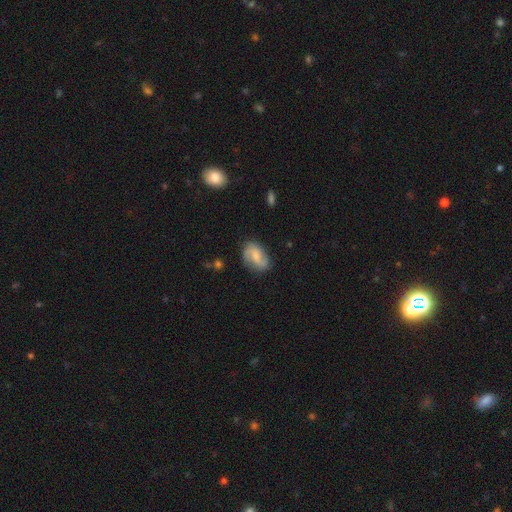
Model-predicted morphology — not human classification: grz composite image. It shows a featured or disk galaxy (52%) with no bar (49%), spiral arms (90%) and a small central bulge (40%). Merging: none (72%).